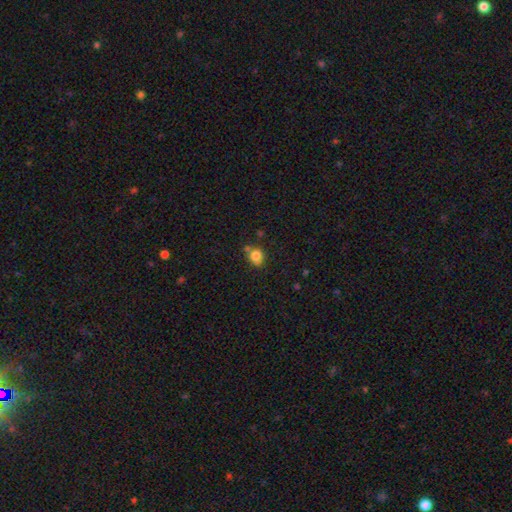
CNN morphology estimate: Q: Smooth or featured?
A: smooth (81%); runner-up: star or artifact (11%)
Q: How rounded?
A: round (67%); runner-up: in between (32%)
Q: Merging?
A: none (59%); runner-up: minor disturbance (19%)